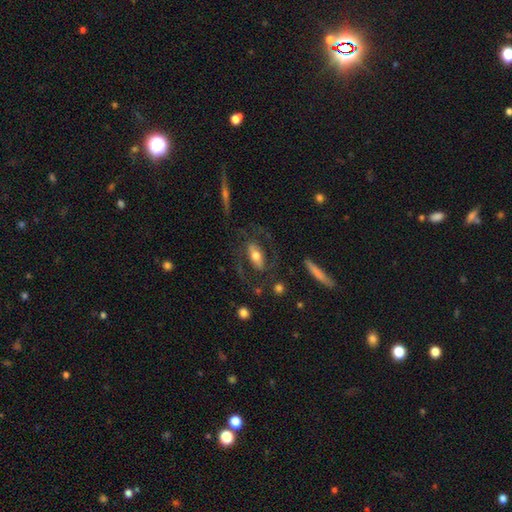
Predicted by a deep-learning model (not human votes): This appears to be a featured or disk galaxy (65%) with a strong bar (42%), spiral arms (74%) and a moderate central bulge (64%). Merging: none (65%).